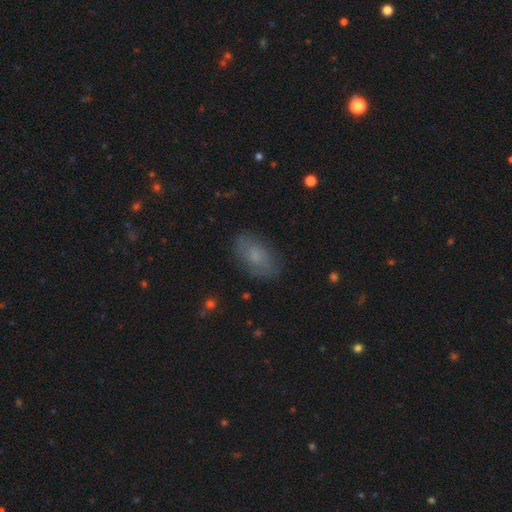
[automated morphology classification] The model was most divided on "smooth or featured": smooth: 63%, featured or disk: 26%, star or artifact: 11%. More confident: how rounded — in between (91%); merging — none (79%).